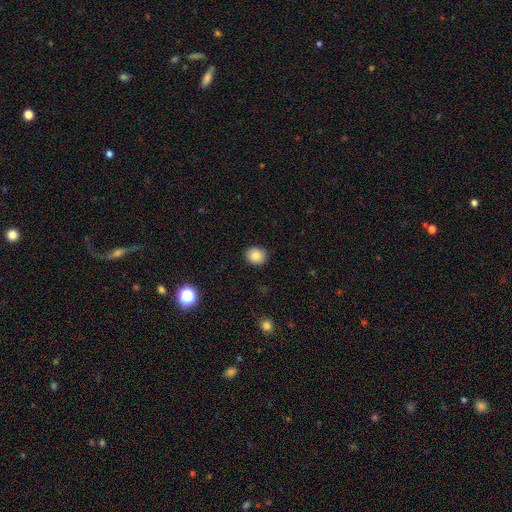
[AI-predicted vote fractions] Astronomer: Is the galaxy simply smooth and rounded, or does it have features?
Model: smooth — 85%.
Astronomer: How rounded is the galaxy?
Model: round — 72%.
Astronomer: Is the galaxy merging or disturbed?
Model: none — 90%.